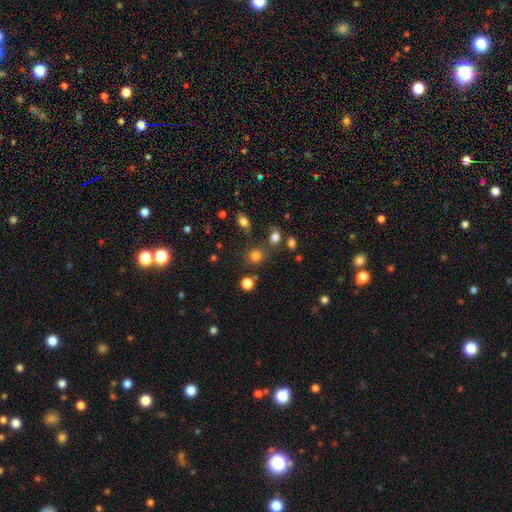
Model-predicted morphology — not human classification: smooth-or-featured: smooth: 78% | star or artifact: 16% | featured or disk: 6%
  how-rounded: round: 85% | in between: 14% | cigar-shaped: 1%
  merging: none: 75% | merger: 10% | minor disturbance: 10% | major disturbance: 5%